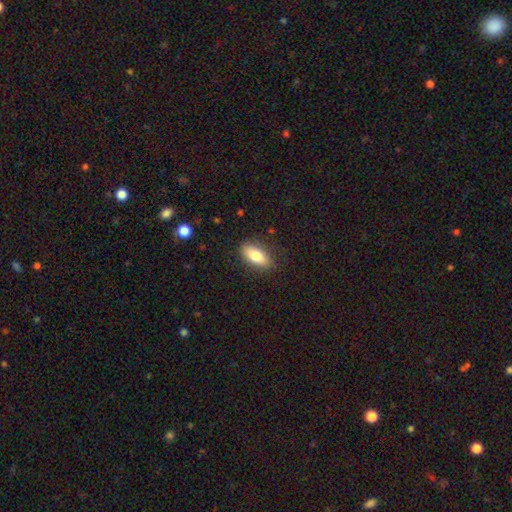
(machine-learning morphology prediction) A smooth galaxy with no disk features (78%) that is in between round and cigar-shaped (86%).

Vote fractions:
- Smooth or featured? smooth: 78% / featured or disk: 15% / star or artifact: 7%
- How rounded? in between: 86% / cigar-shaped: 10% / round: 4%
- Merging? none: 85% / minor disturbance: 11% / major disturbance: 3% / merger: 1%